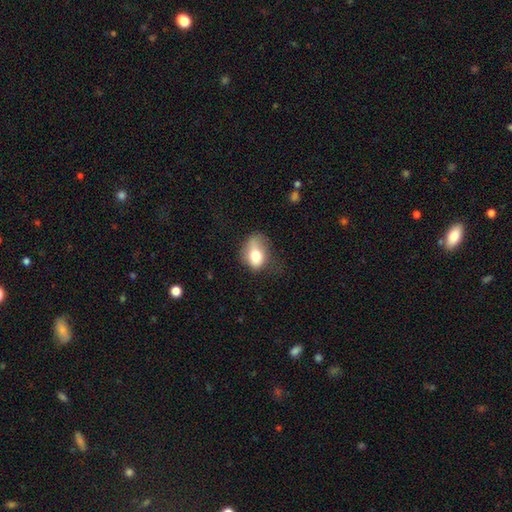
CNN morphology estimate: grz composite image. It shows a smooth galaxy with no disk features (73%) that is in between round and cigar-shaped (76%). Merging: minor disturbance (38%).